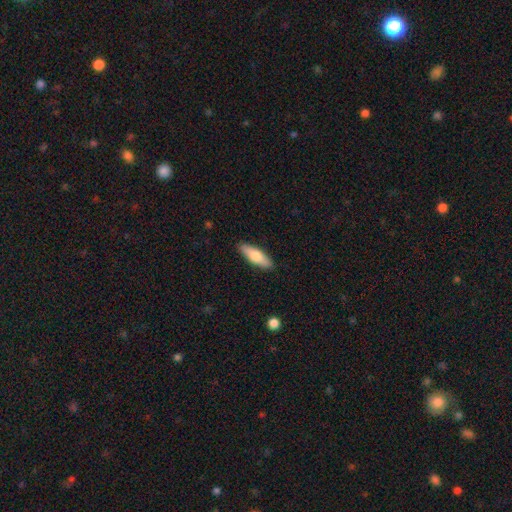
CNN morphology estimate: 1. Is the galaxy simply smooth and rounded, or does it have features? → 71% smooth, 23% featured or disk, 5% star or artifact.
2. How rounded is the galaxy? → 50% cigar-shaped, 48% in between, 2% round.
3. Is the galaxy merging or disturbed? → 90% none, 8% minor disturbance, 2% major disturbance, 1% merger.